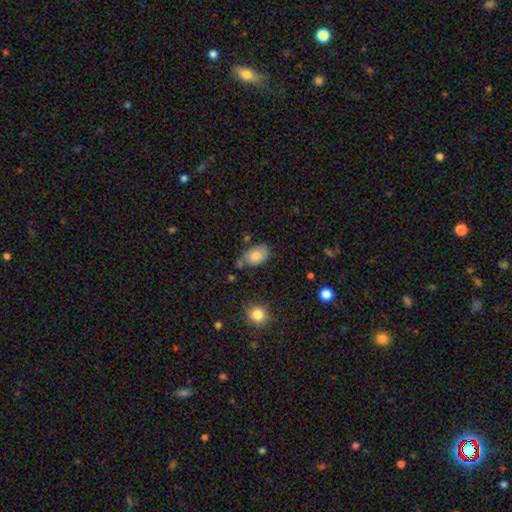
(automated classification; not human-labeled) smooth 80%, featured or disk 12%, star or artifact 8%. Down the decision tree: how rounded — in between (86%); merging — none (60%).